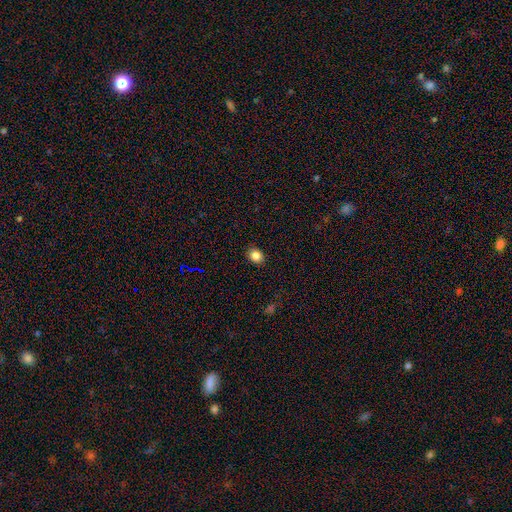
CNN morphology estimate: Smooth or featured?
  - smooth: 84% *
  - star or artifact: 11%
  - featured or disk: 6%
How rounded?
  - round: 55% *
  - in between: 44%
  - cigar-shaped: 1%
Merging?
  - none: 90% *
  - minor disturbance: 7%
  - major disturbance: 2%
  - merger: 1%